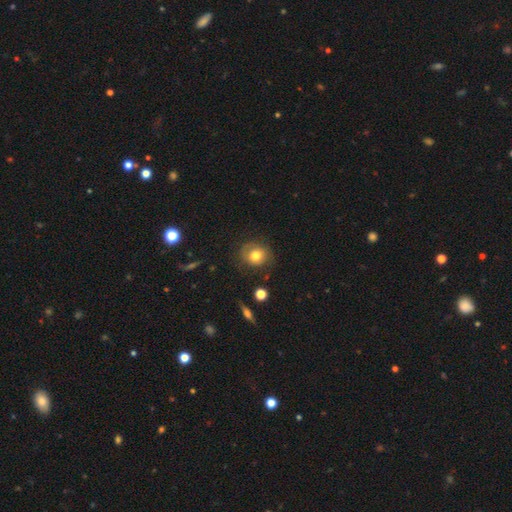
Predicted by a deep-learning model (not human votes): Smooth or featured? smooth (70%)
How rounded? round (77%)
Merging? none (75%)